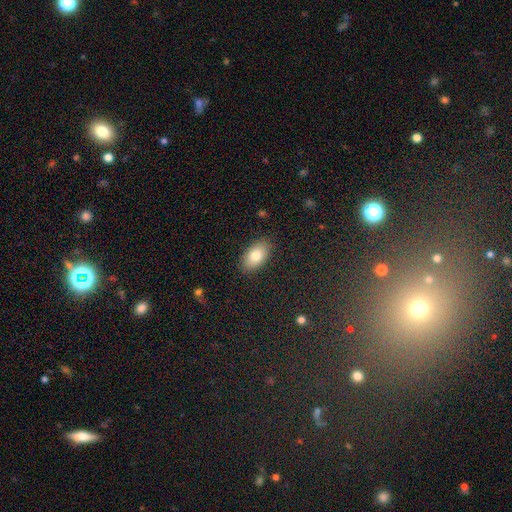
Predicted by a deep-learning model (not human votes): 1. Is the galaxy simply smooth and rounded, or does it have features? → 80% smooth, 12% featured or disk, 7% star or artifact.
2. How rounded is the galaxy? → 93% in between, 5% round, 2% cigar-shaped.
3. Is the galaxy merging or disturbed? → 86% none, 10% minor disturbance, 2% major disturbance, 1% merger.